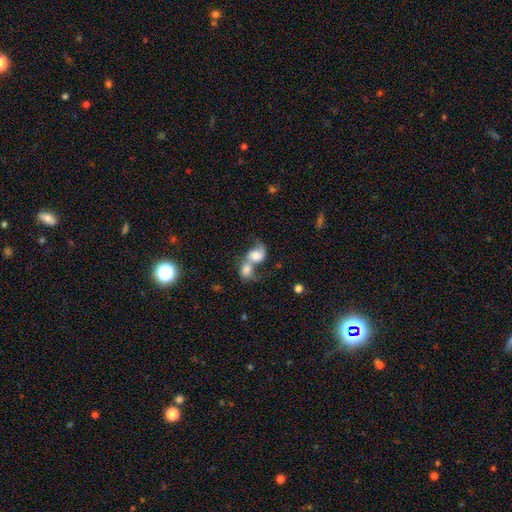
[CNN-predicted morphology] This is possibly a smooth galaxy (55%). How rounded: possibly in between (52%). Merging: likely merger (78%).